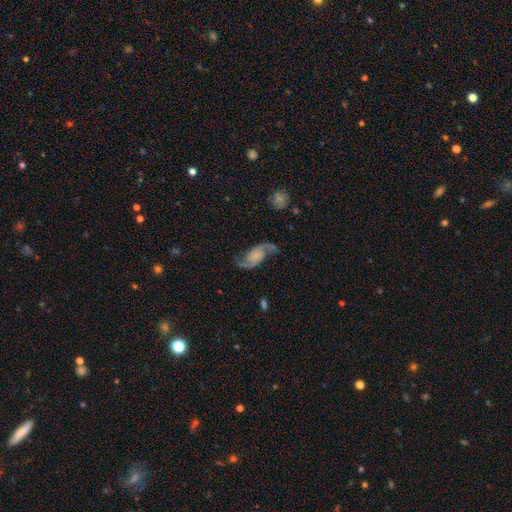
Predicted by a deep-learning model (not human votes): This appears to be a featured or disk galaxy (87%) with no bar (62%), 2 (94%) loose (65%) spiral arms (97%) and no central bulge (51%). Merging: none (74%).